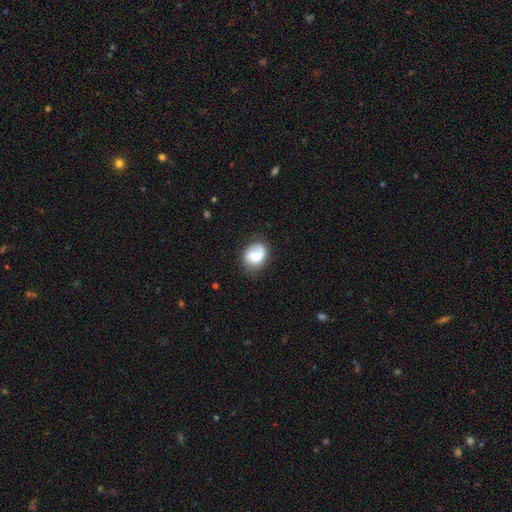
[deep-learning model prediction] smooth 60%, featured or disk 32%, star or artifact 8%. Down the decision tree: how rounded — round (50%); merging — none (68%).